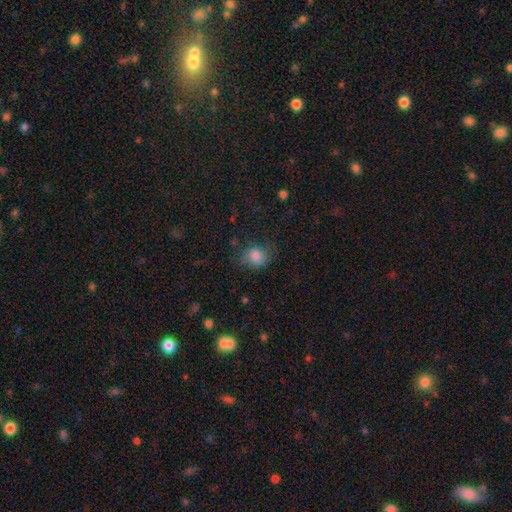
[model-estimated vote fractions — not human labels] Smooth or featured: smooth — 81% (star or artifact — 11%)
How rounded: round — 63% (in between — 36%)
Merging: none — 66% (minor disturbance — 22%)